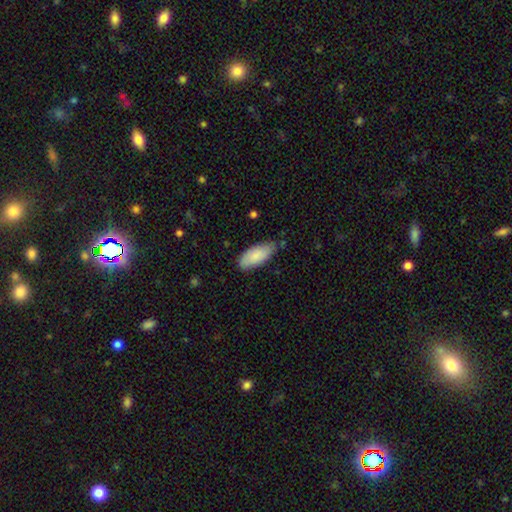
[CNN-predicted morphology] Q: Smooth or featured?
A: smooth (84%); runner-up: featured or disk (10%)
Q: How rounded?
A: in between (87%); runner-up: cigar-shaped (12%)
Q: Merging?
A: none (71%); runner-up: minor disturbance (24%)